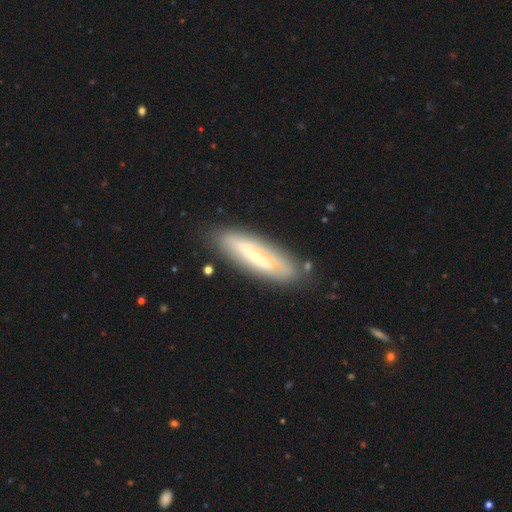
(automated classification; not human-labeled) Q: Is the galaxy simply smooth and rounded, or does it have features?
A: featured or disk — 54%.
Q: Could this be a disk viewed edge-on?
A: yes — 51%.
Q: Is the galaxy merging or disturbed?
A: none — 79%.